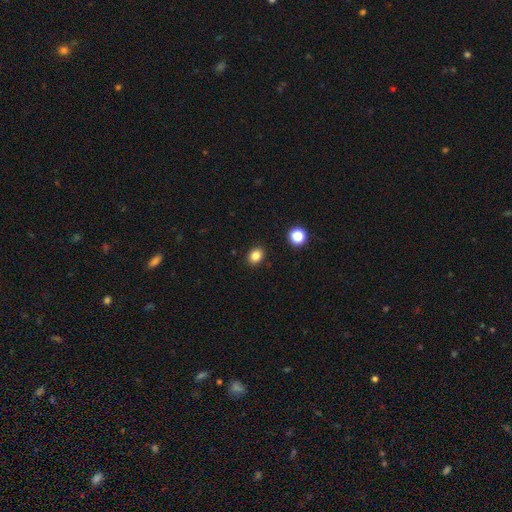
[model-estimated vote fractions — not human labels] smooth-or-featured: smooth: 84% | star or artifact: 12% | featured or disk: 5%
  how-rounded: in between: 54% | round: 45% | cigar-shaped: 1%
  merging: none: 90% | minor disturbance: 7% | major disturbance: 2% | merger: 2%